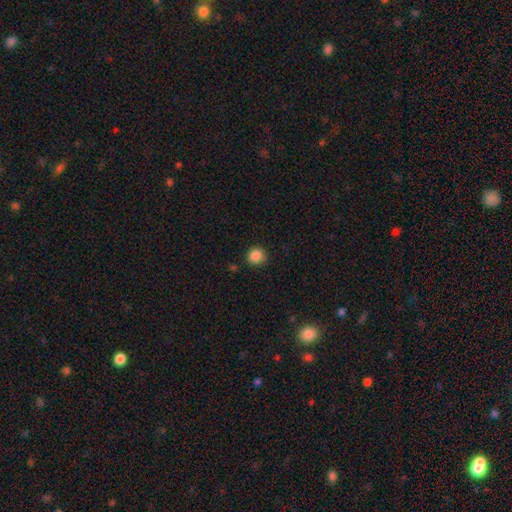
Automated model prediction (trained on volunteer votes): Morphology: type=smooth (87%); roundness=round (92%); merging=none (88%).